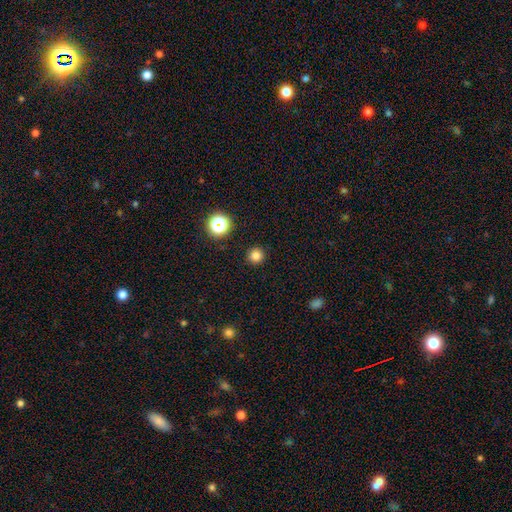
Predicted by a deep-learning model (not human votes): Smooth or featured?
  - smooth: 79% *
  - star or artifact: 16%
  - featured or disk: 5%
How rounded?
  - round: 96% *
  - in between: 3%
  - cigar-shaped: 1%
Merging?
  - none: 92% *
  - minor disturbance: 5%
  - major disturbance: 2%
  - merger: 1%